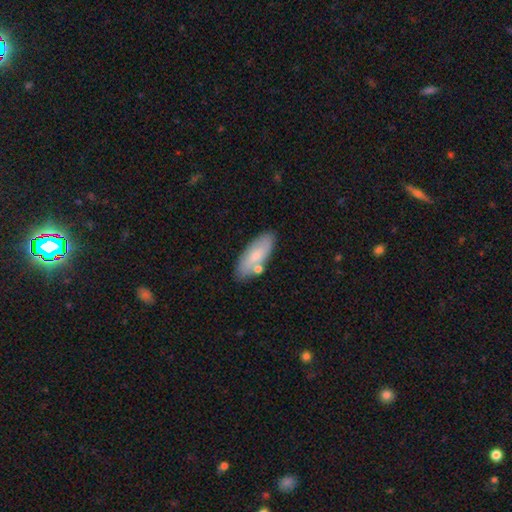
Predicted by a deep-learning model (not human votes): smooth-or-featured: smooth: 69% | featured or disk: 24% | star or artifact: 6%
  how-rounded: in between: 73% | cigar-shaped: 24% | round: 2%
  merging: none: 75% | minor disturbance: 14% | merger: 8% | major disturbance: 3%